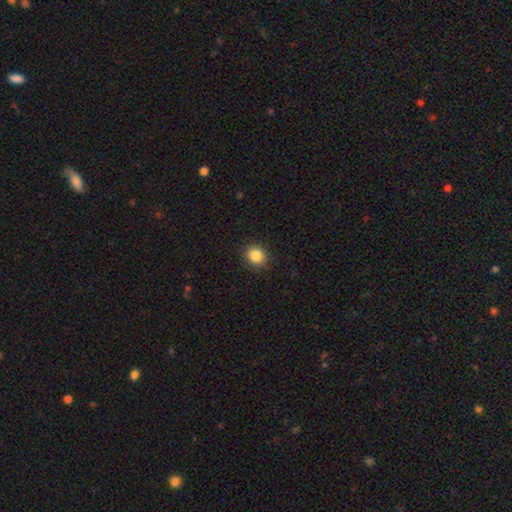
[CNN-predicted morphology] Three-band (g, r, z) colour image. It shows a smooth galaxy with no disk features (85%) that is round (83%). Merging: none (90%).